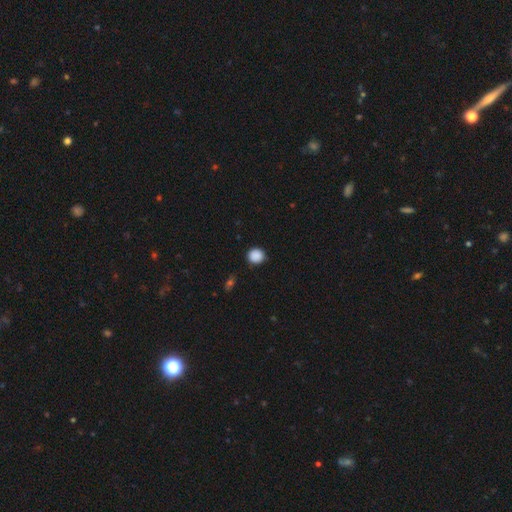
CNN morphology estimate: A smooth galaxy with no disk features (88%) that is round (87%). Merging: none (89%).